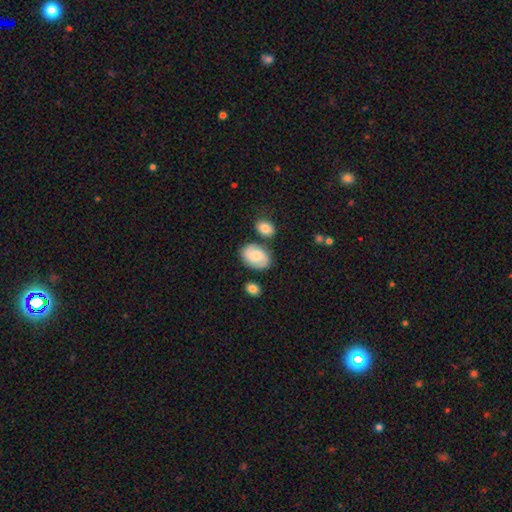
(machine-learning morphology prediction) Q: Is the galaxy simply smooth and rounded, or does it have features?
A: smooth — 51%.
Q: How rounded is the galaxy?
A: in between — 81%.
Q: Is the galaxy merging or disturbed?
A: none — 72%.